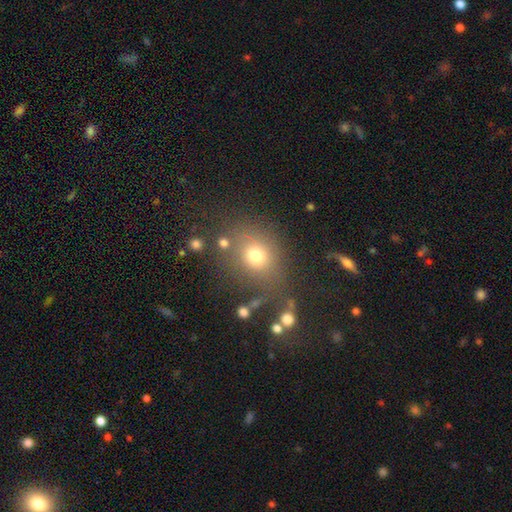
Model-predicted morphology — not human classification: A smooth galaxy with no disk features (73%) that is round (70%). Merging: none (71%).